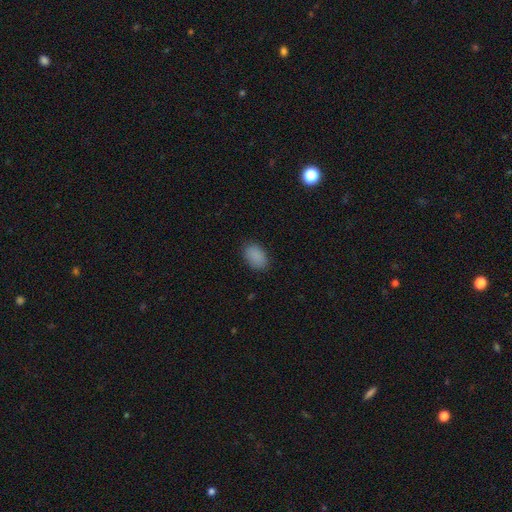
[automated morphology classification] Smooth or featured? Predicted: smooth (p=0.88). How rounded? Predicted: in between (p=0.90). Merging? Predicted: none (p=0.85).